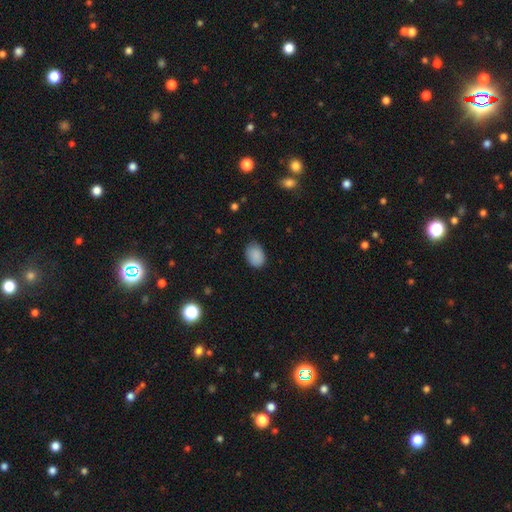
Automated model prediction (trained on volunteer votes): Smooth or featured?
  - smooth: 89% *
  - star or artifact: 8%
  - featured or disk: 4%
How rounded?
  - in between: 73% *
  - round: 26%
  - cigar-shaped: 1%
Merging?
  - none: 77% *
  - minor disturbance: 18%
  - major disturbance: 3%
  - merger: 1%